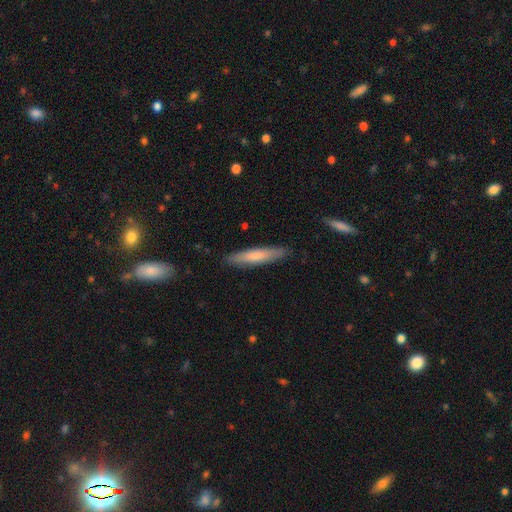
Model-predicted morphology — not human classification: A smooth galaxy with no disk features (73%) that is cigar-shaped (88%). Merging: none (88%).